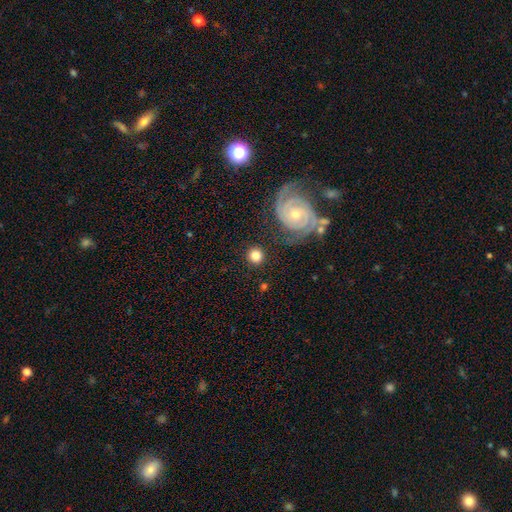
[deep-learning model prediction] Smooth or featured? smooth (71%)
How rounded? round (91%)
Merging? none (84%)